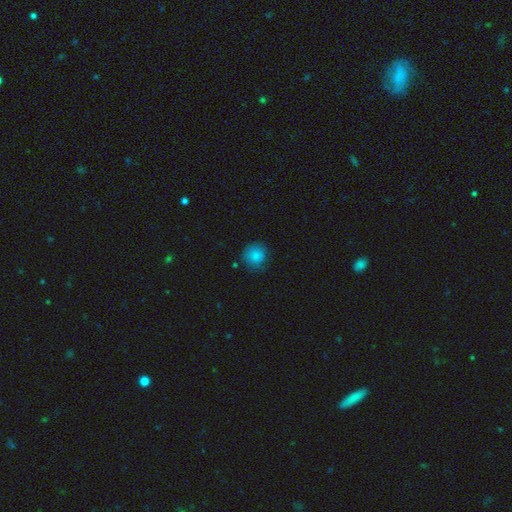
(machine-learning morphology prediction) A smooth galaxy with no disk features (84%) that is round (91%). Merging: none (77%).